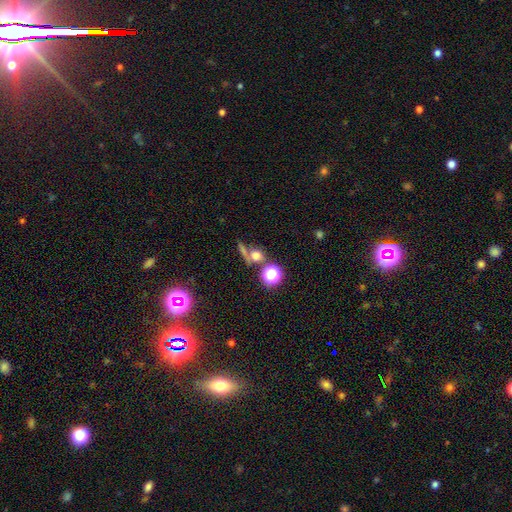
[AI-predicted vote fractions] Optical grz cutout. It shows a smooth galaxy with no disk features (61%) that is round (74%). Merging: none (50%).